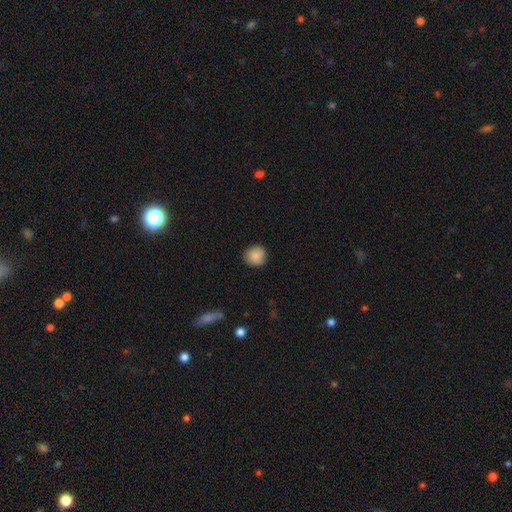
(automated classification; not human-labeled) Smooth or featured: smooth — 87% (star or artifact — 8%)
How rounded: round — 89% (in between — 10%)
Merging: none — 86% (minor disturbance — 11%)